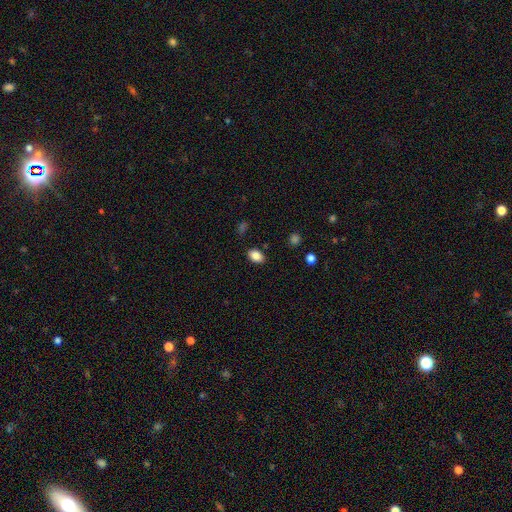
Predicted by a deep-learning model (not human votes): Q: Smooth or featured?
A: smooth (86%); runner-up: star or artifact (9%)
Q: How rounded?
A: in between (85%); runner-up: round (13%)
Q: Merging?
A: none (85%); runner-up: minor disturbance (11%)